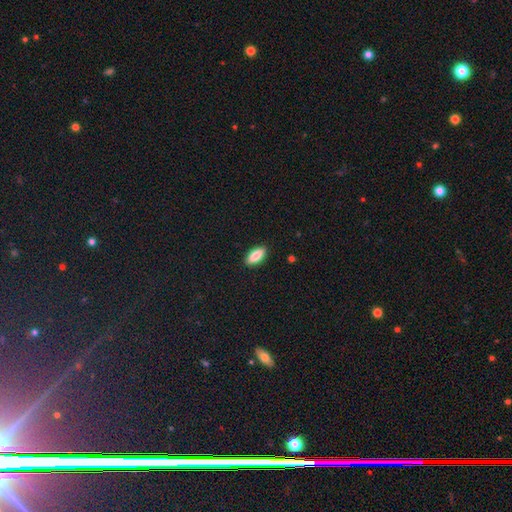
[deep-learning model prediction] This is clearly a smooth galaxy (85%). How rounded: clearly in between (81%). Merging: clearly none (90%).